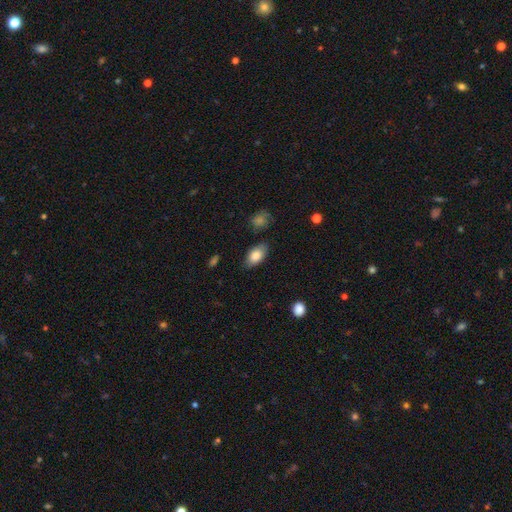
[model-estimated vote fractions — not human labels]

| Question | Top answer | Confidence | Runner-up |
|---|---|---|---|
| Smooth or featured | smooth | 83% | featured or disk (11%) |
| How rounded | in between | 91% | round (6%) |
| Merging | none | 79% | minor disturbance (15%) |